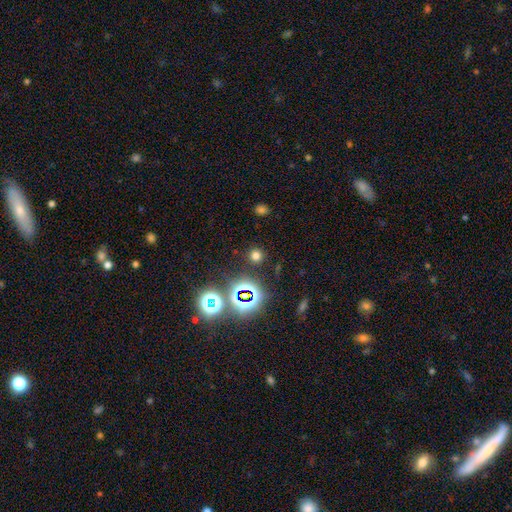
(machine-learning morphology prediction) Q: Smooth or featured?
A: smooth (63%); runner-up: star or artifact (31%)
Q: How rounded?
A: round (90%); runner-up: in between (9%)
Q: Merging?
A: none (87%); runner-up: minor disturbance (7%)